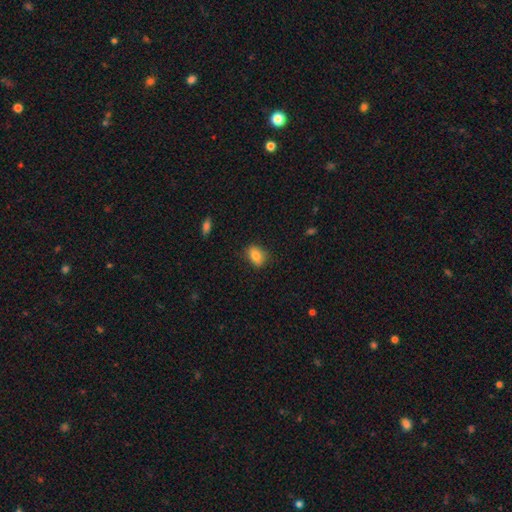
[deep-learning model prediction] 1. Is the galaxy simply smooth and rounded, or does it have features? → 83% smooth, 9% star or artifact, 8% featured or disk.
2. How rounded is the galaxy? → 76% in between, 22% round, 2% cigar-shaped.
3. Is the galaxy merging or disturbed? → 82% none, 14% minor disturbance, 3% major disturbance, 1% merger.